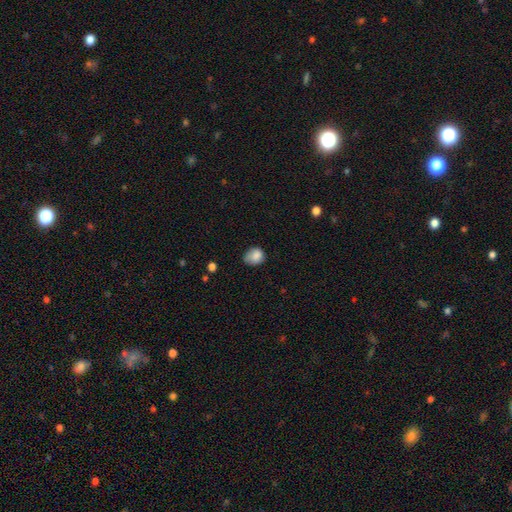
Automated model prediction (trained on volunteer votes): This appears to be a smooth galaxy with no disk features (83%) that is round (54%). Merging: none (54%).